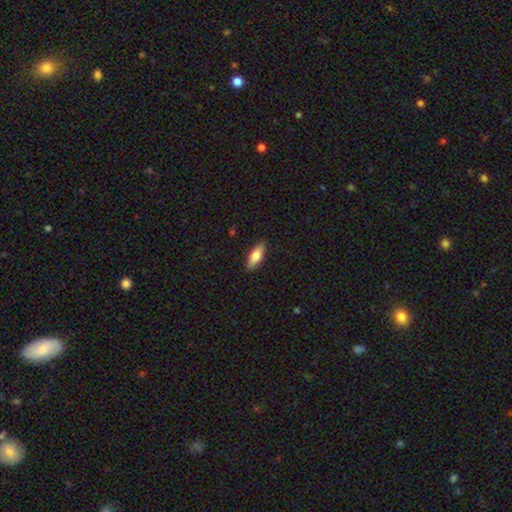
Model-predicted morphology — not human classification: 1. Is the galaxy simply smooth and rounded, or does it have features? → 65% smooth, 29% featured or disk, 6% star or artifact.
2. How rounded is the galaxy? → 59% in between, 38% cigar-shaped, 3% round.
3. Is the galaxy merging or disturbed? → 89% none, 8% minor disturbance, 2% major disturbance, 1% merger.